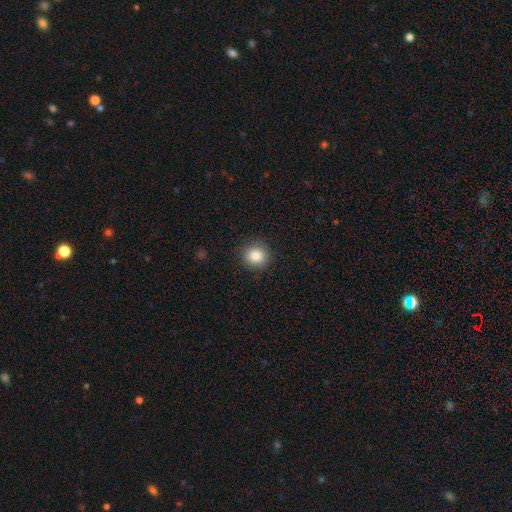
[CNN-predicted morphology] This is clearly a smooth galaxy (86%). How rounded: clearly round (85%). Merging: clearly none (88%).